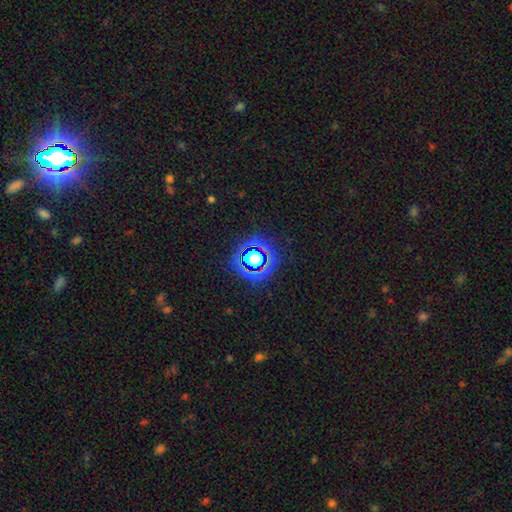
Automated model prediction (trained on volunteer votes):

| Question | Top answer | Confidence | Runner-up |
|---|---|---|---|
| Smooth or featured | star or artifact | 79% | smooth (13%) |